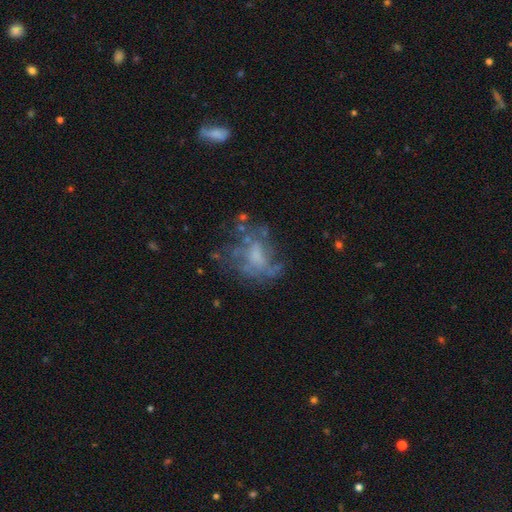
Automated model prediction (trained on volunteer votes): The model was most divided on "bulge size": none: 34%, moderate: 32%, small: 26%, large: 6%, dominant: 1%. Remaining: edge-on disk — no (97%); bar — no (71%); spiral arms — no (61%); smooth or featured — featured or disk (60%); merging — none (49%).